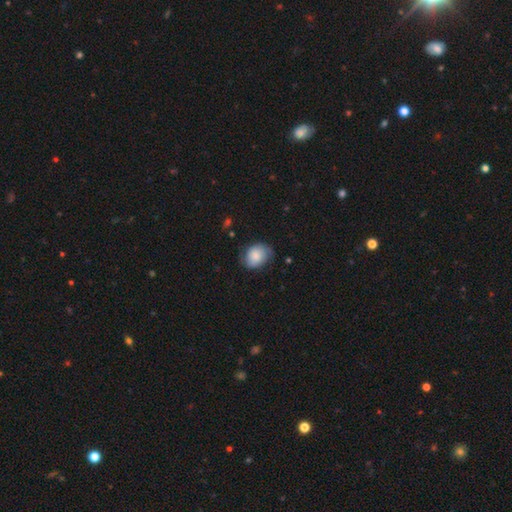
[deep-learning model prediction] Smooth or featured? Predicted: smooth (p=0.64). How rounded? Predicted: in between (p=0.60). Merging? Predicted: none (p=0.66).